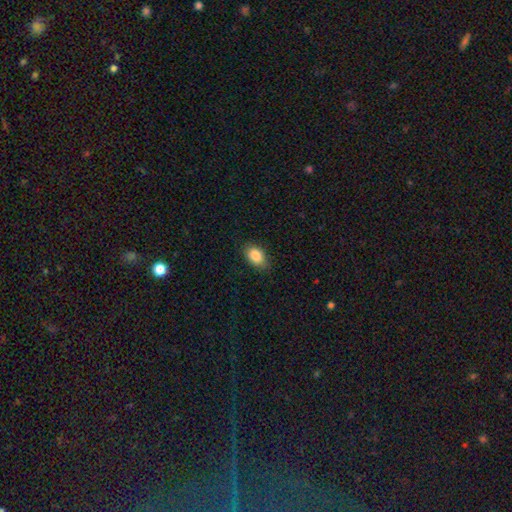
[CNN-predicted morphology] A smooth galaxy with no disk features (86%) that is in between round and cigar-shaped (87%). Merging: none (84%).